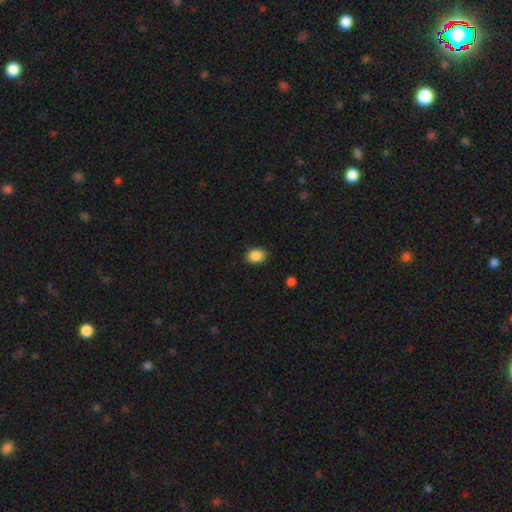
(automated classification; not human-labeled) This is clearly a smooth galaxy (88%). How rounded: likely in between (63%). Merging: clearly none (86%).